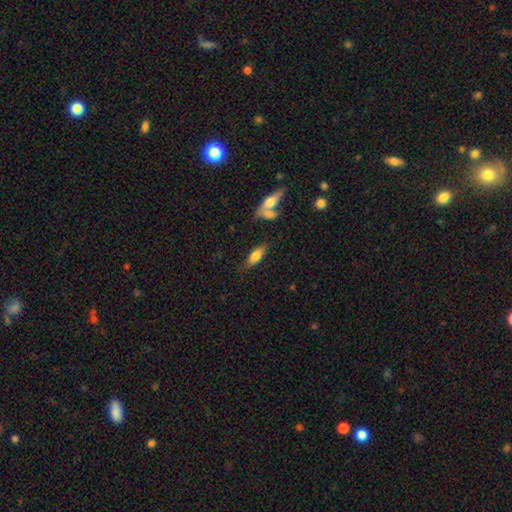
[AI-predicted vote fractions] A smooth galaxy with no disk features (74%) that is in between round and cigar-shaped (73%).

Vote fractions:
- Smooth or featured? smooth: 74% / featured or disk: 19% / star or artifact: 7%
- How rounded? in between: 73% / cigar-shaped: 25% / round: 3%
- Merging? none: 72% / minor disturbance: 15% / merger: 10% / major disturbance: 4%